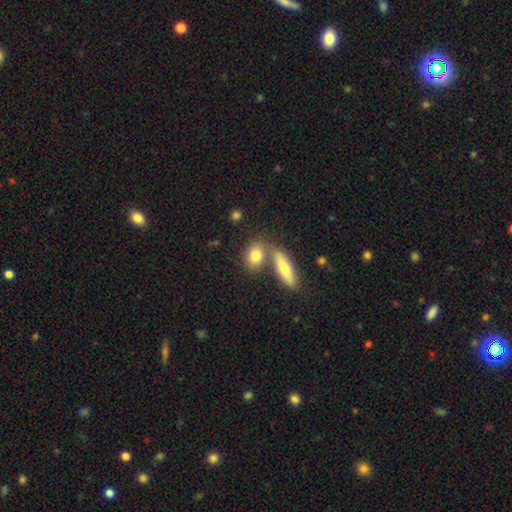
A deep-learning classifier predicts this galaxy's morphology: Overall: smooth (80%). How rounded: in between (65%; round 26%). Merging: none (55%; merger 31%).